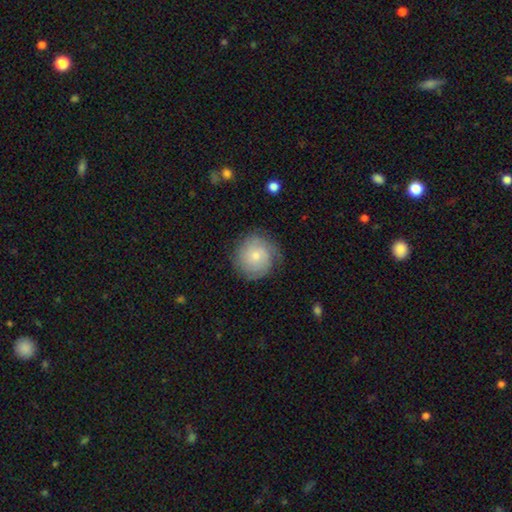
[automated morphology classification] featured or disk 51%, smooth 42%, star or artifact 8%. Down the decision tree: edge-on disk — no (98%); merging — none (75%).